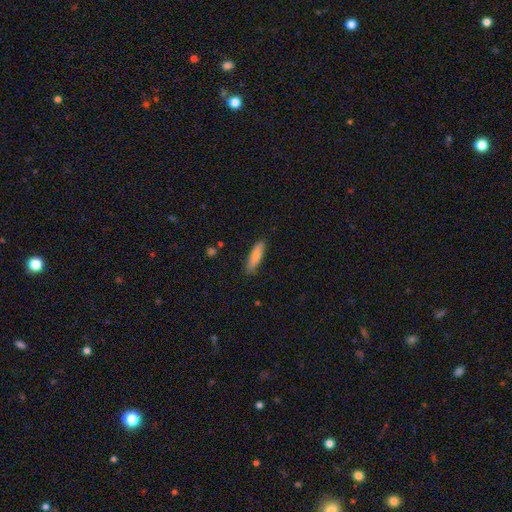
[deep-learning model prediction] A smooth galaxy with no disk features (81%) that is cigar-shaped (63%).

Vote fractions:
- Smooth or featured? smooth: 81% / featured or disk: 13% / star or artifact: 6%
- How rounded? cigar-shaped: 63% / in between: 35% / round: 2%
- Merging? none: 86% / minor disturbance: 11% / major disturbance: 2% / merger: 1%